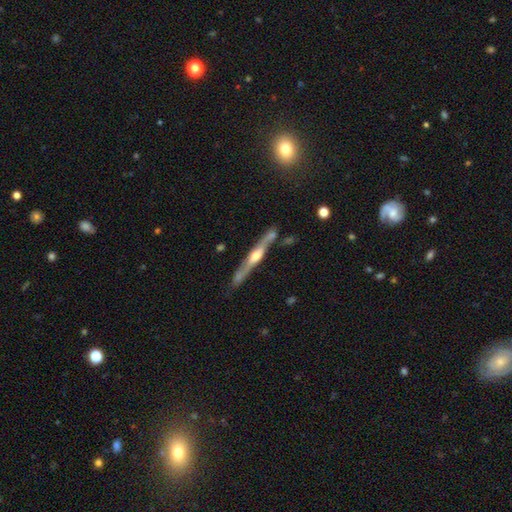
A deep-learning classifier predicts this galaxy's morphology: A featured or disk galaxy (74%) viewed edge-on (94%) with a rounded central bulge (85%). Merging: none (73%).